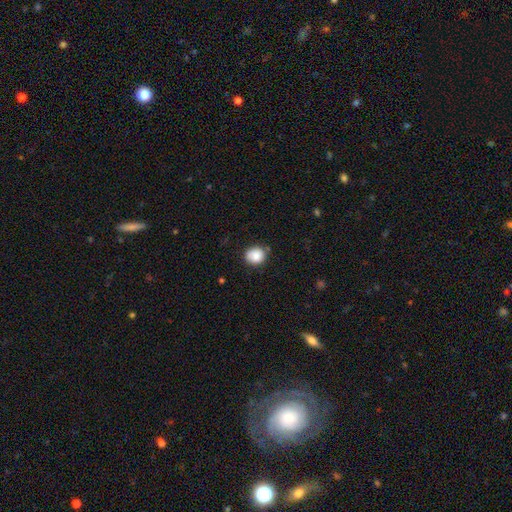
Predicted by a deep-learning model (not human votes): Smooth or featured: smooth — 84% (star or artifact — 9%)
How rounded: round — 75% (in between — 24%)
Merging: none — 76% (minor disturbance — 18%)